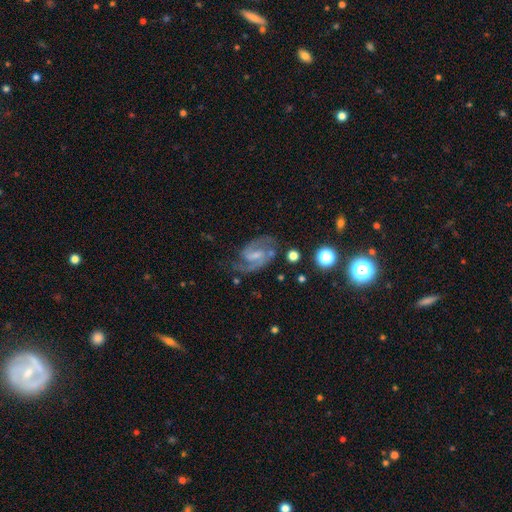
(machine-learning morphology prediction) Smooth or featured? Predicted: featured or disk (p=0.85). Edge-on disk? Predicted: no (p=0.97). Bar? Predicted: weak (p=0.53). Spiral arms? Predicted: yes (p=0.96). Spiral winding? Predicted: medium (p=0.58). Spiral arm count? Predicted: 2 (p=0.88). Bulge size? Predicted: small (p=0.40). Merging? Predicted: none (p=0.68).